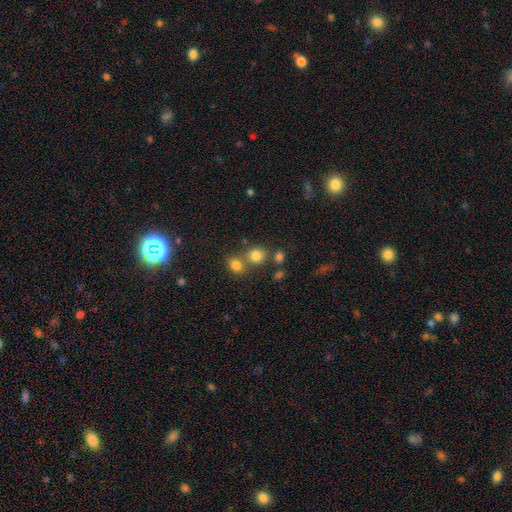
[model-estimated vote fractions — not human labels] Smooth or featured: smooth — 79% (star or artifact — 14%)
How rounded: round — 79% (in between — 20%)
Merging: none — 55% (merger — 33%)